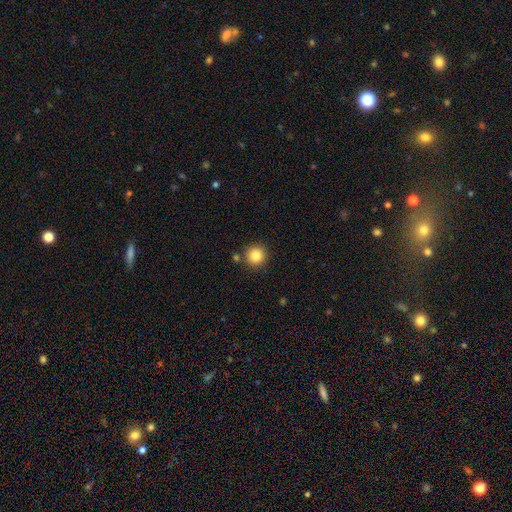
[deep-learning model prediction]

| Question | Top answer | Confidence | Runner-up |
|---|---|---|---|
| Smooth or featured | smooth | 84% | star or artifact (11%) |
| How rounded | round | 95% | in between (4%) |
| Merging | none | 86% | minor disturbance (7%) |